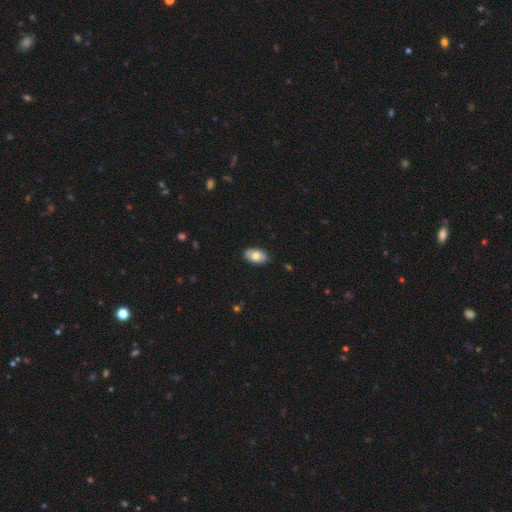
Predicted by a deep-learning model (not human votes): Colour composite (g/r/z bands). It shows a smooth galaxy with no disk features (70%) that is in between round and cigar-shaped (92%). Merging: none (86%).